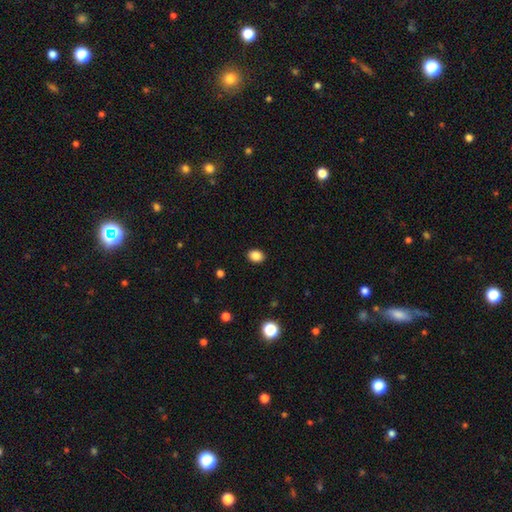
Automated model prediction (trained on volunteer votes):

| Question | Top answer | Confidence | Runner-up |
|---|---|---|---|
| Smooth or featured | smooth | 86% | star or artifact (10%) |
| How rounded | in between | 62% | round (37%) |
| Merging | none | 90% | minor disturbance (7%) |